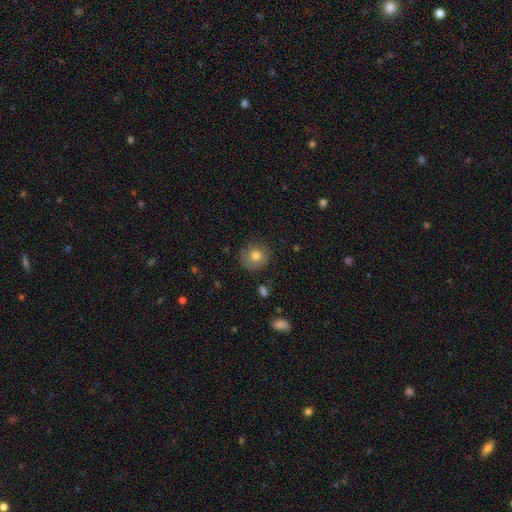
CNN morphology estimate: type=smooth (77%); roundness=round (91%); merging=none (83%).